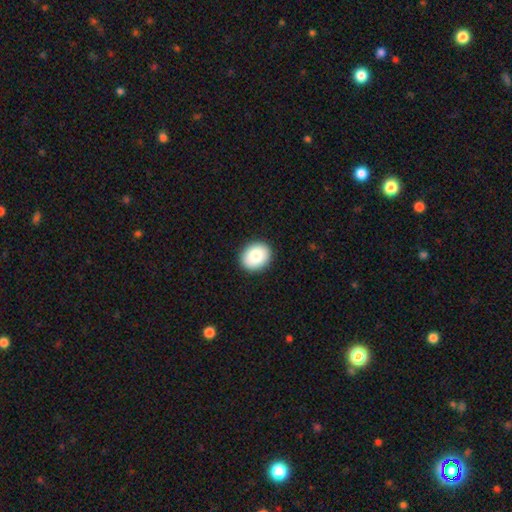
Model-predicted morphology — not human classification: type=smooth (82%); roundness=round (54%); merging=none (90%).